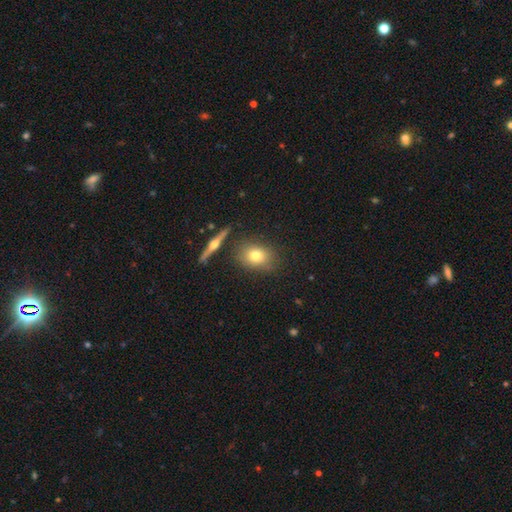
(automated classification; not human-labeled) Overall: smooth (71%). How rounded: in between (50%; round 47%). Merging: none (79%).